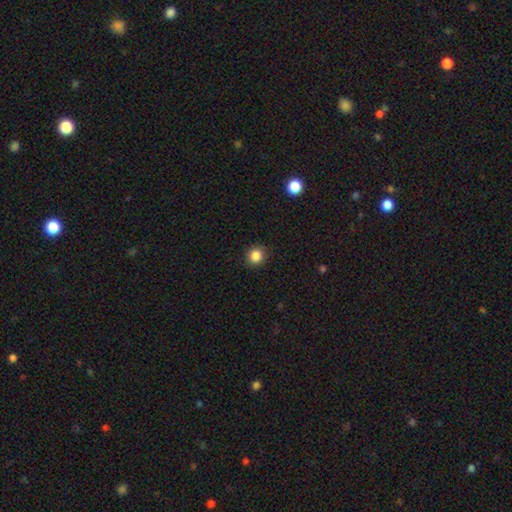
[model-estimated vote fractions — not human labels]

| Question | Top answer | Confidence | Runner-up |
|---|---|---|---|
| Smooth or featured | smooth | 86% | star or artifact (11%) |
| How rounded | round | 87% | in between (12%) |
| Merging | none | 90% | minor disturbance (7%) |